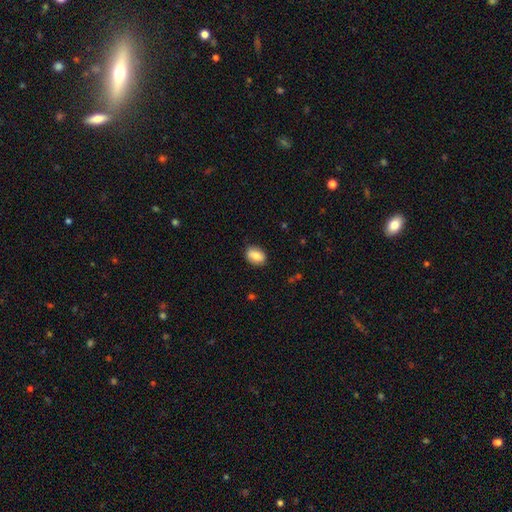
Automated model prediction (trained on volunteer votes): Morphology: type=smooth (82%); roundness=in between (77%); merging=none (83%).